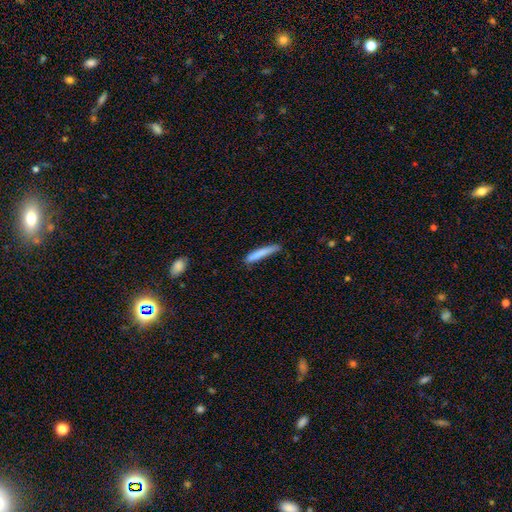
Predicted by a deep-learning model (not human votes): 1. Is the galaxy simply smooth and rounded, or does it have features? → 76% smooth, 17% featured or disk, 7% star or artifact.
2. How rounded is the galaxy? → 94% cigar-shaped, 4% in between, 1% round.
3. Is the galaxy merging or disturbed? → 73% none, 20% minor disturbance, 5% major disturbance, 3% merger.